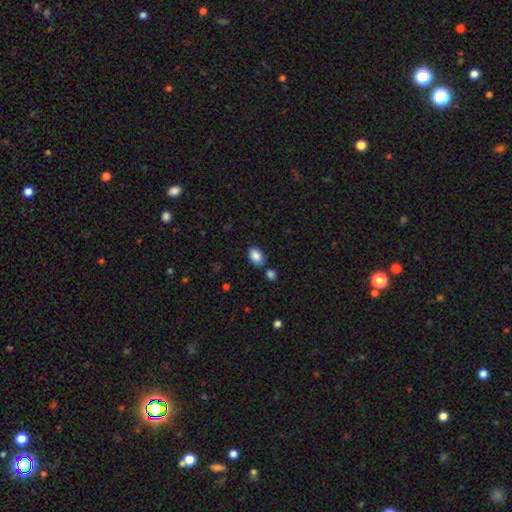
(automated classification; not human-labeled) Q: Smooth or featured?
A: smooth (87%); runner-up: star or artifact (8%)
Q: How rounded?
A: in between (85%); runner-up: round (14%)
Q: Merging?
A: none (75%); runner-up: minor disturbance (11%)